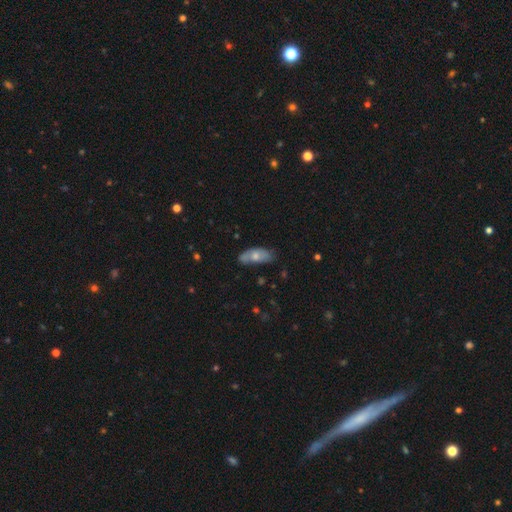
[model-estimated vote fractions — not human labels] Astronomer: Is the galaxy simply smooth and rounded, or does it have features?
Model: smooth — 64%.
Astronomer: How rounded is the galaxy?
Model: in between — 84%.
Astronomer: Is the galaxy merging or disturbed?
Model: none — 57%.